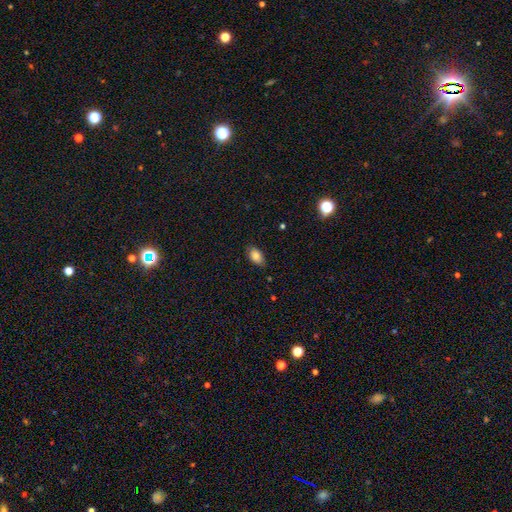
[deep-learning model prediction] Smooth or featured? smooth (81%)
How rounded? in between (92%)
Merging? none (83%)